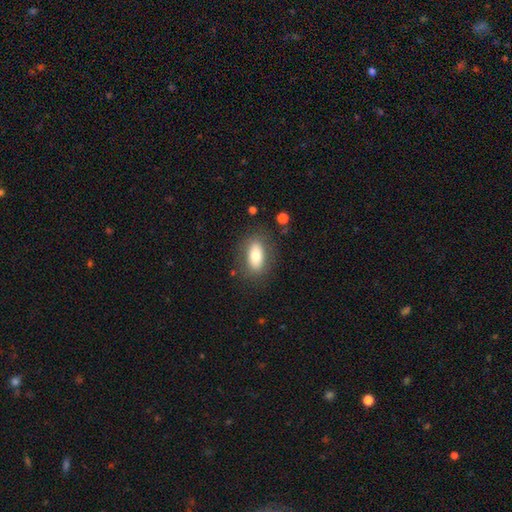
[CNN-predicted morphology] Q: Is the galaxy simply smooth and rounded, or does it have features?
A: smooth — 75%.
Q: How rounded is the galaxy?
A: in between — 86%.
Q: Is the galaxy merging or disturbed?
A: none — 81%.